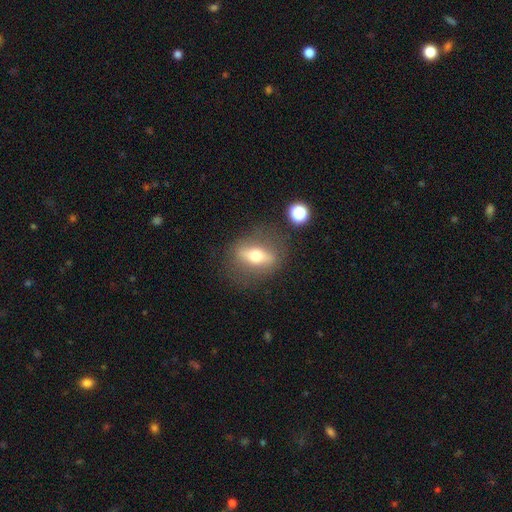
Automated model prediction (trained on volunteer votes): A featured or disk galaxy (51%) viewed edge-on (55%).

Vote fractions:
- Smooth or featured? featured or disk: 51% / smooth: 41% / star or artifact: 9%
- Edge-on disk? yes: 55% / no: 45%
- Merging? none: 79% / minor disturbance: 12% / major disturbance: 6% / merger: 3%